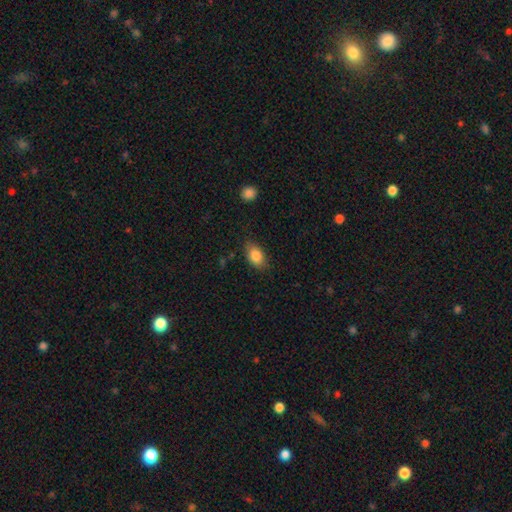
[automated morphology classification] Smooth or featured: smooth — 84% (featured or disk — 8%)
How rounded: in between — 85% (round — 13%)
Merging: none — 79% (minor disturbance — 16%)